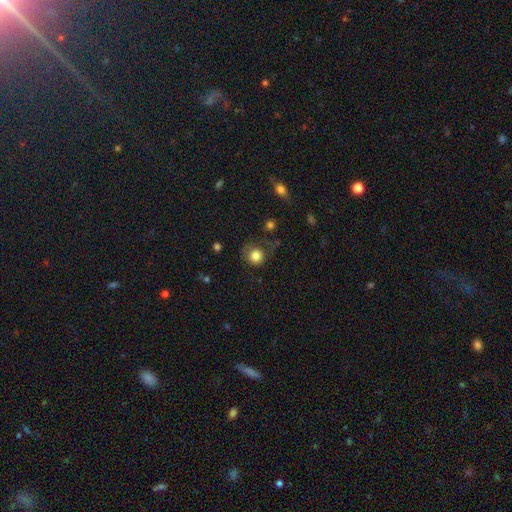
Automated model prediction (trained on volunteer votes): smooth-or-featured: smooth: 82% | star or artifact: 10% | featured or disk: 8%
  how-rounded: round: 86% | in between: 13% | cigar-shaped: 1%
  merging: none: 54% | minor disturbance: 24% | major disturbance: 18% | merger: 3%